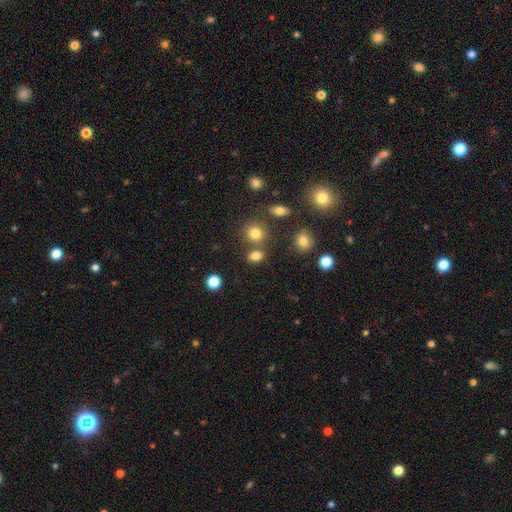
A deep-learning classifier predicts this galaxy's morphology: smooth_or_featured: smooth (p=0.80) [alt: star or artifact p=0.14]
how_rounded: in between (p=0.51) [alt: round p=0.47]
merging: none (p=0.68) [alt: merger p=0.17]